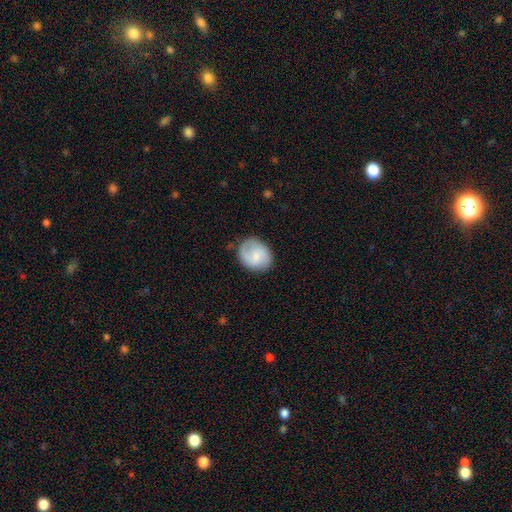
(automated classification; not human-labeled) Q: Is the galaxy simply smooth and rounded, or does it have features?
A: smooth — 51%.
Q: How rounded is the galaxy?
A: round — 60%.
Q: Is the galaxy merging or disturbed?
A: none — 74%.